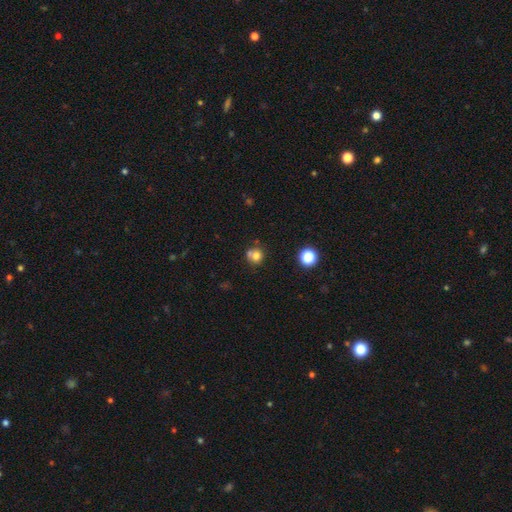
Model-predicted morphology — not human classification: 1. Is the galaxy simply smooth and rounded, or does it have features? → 73% smooth, 15% star or artifact, 12% featured or disk.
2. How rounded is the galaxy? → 86% round, 13% in between, 1% cigar-shaped.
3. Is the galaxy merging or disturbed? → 54% none, 32% merger, 10% minor disturbance, 4% major disturbance.